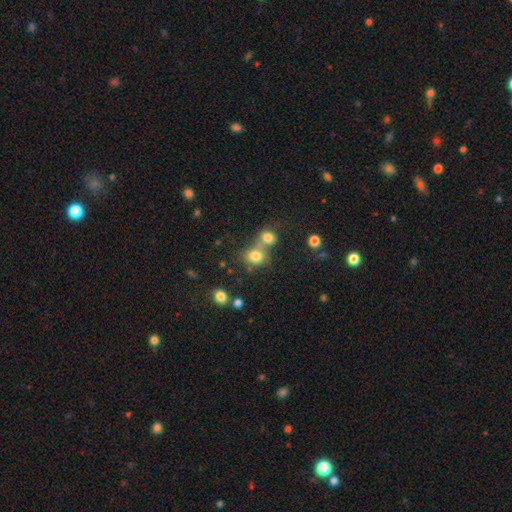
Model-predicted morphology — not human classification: smooth 77%, star or artifact 13%, featured or disk 9%. Down the decision tree: how rounded — round (65%); merging — merger (48%).